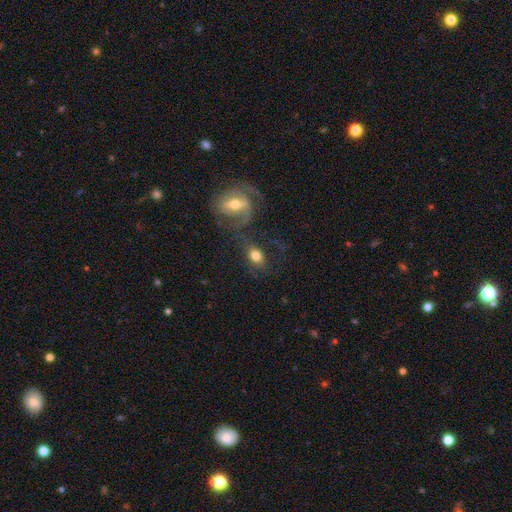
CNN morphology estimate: Smooth or featured: smooth — 66% (featured or disk — 24%)
How rounded: in between — 70% (round — 27%)
Merging: none — 52% (merger — 19%)